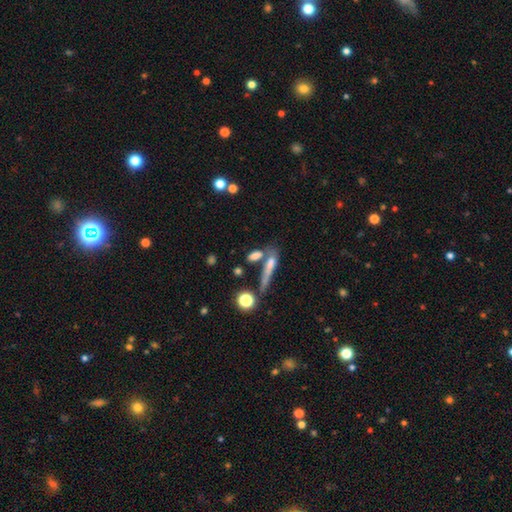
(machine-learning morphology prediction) This appears to be a smooth galaxy with no disk features (69%) that is cigar-shaped (48%). Merging: none (46%).